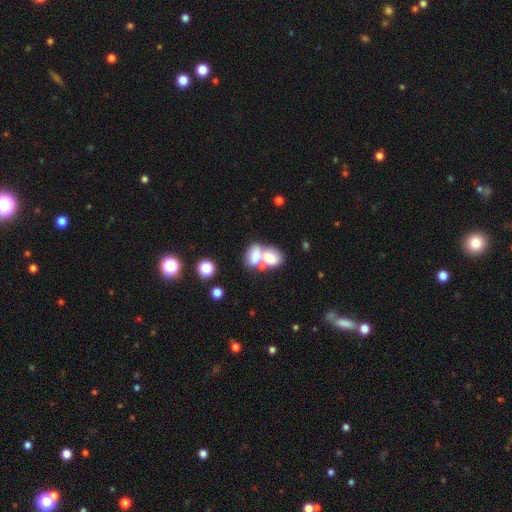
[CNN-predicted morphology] A smooth galaxy with no disk features (72%) that is in between round and cigar-shaped (82%). Merging: merger (73%).